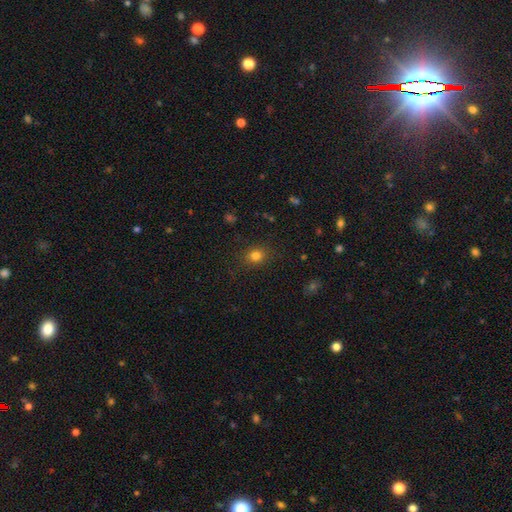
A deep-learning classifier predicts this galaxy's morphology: type=smooth (79%); roundness=round (63%); merging=none (86%).